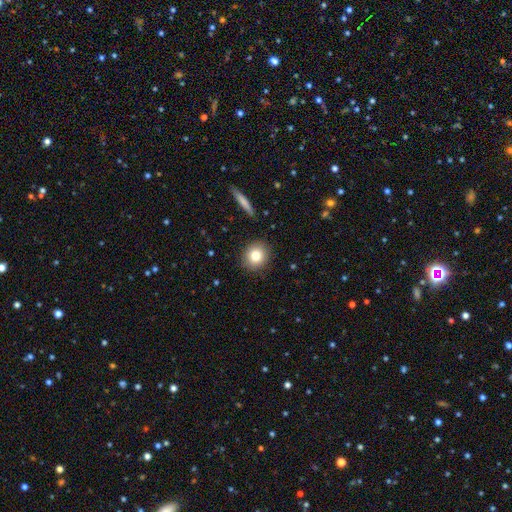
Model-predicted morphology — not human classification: Smooth or featured? smooth (80%)
How rounded? round (83%)
Merging? none (90%)